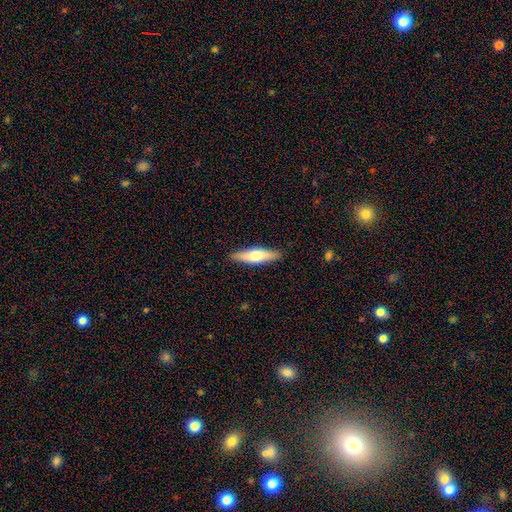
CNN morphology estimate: The model was most divided on "smooth or featured": smooth: 55%, featured or disk: 40%, star or artifact: 5%. More confident: merging — none (89%); how rounded — cigar-shaped (64%).